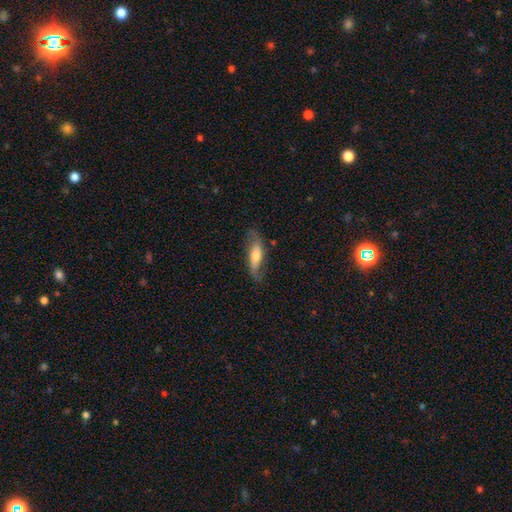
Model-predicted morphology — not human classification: Smooth or featured? Predicted: featured or disk (p=0.49). Merging? Predicted: none (p=0.70).